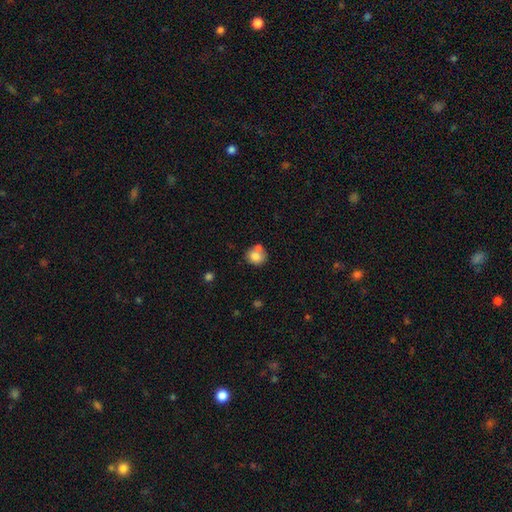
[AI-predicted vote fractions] Smooth or featured: smooth — 77% (featured or disk — 13%)
How rounded: round — 73% (in between — 26%)
Merging: none — 51% (merger — 31%)